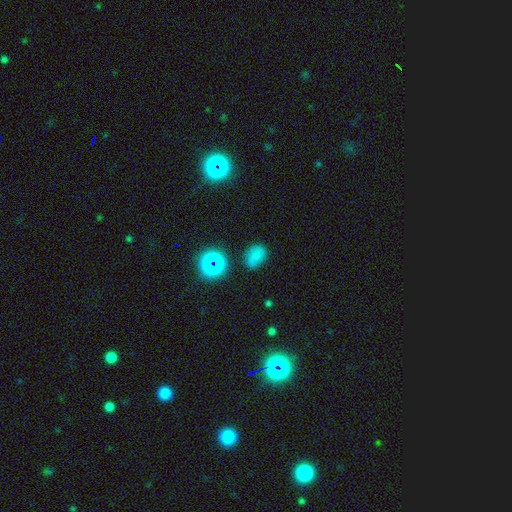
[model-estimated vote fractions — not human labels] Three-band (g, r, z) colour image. It shows a smooth galaxy with no disk features (67%) that is round (52%). Merging: none (67%).